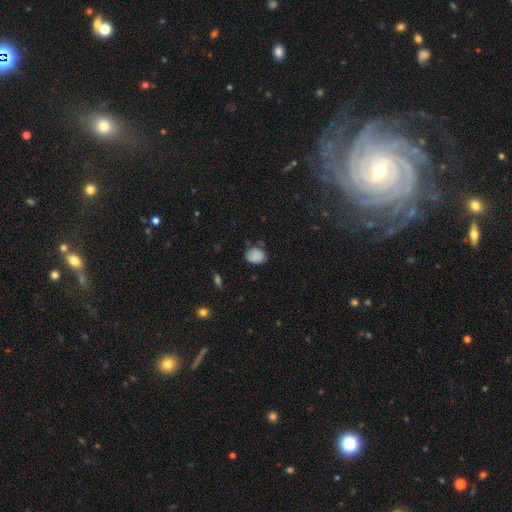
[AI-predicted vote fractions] A smooth galaxy with no disk features (81%) that is round (51%).

Vote fractions:
- Smooth or featured? smooth: 81% / featured or disk: 10% / star or artifact: 9%
- How rounded? round: 51% / in between: 48% / cigar-shaped: 1%
- Merging? none: 64% / minor disturbance: 28% / major disturbance: 6% / merger: 3%